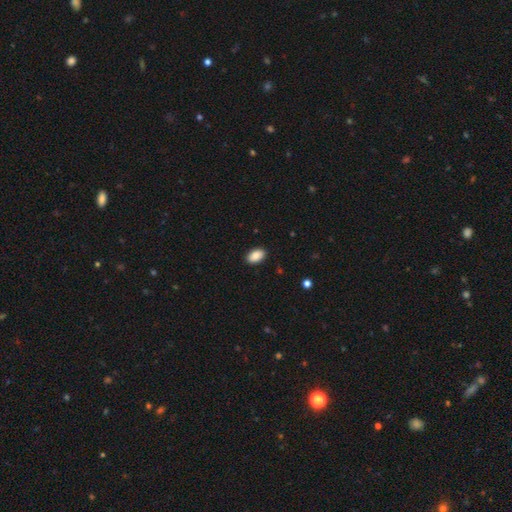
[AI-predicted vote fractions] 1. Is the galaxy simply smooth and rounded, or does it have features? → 89% smooth, 7% star or artifact, 4% featured or disk.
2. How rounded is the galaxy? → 93% in between, 6% round, 1% cigar-shaped.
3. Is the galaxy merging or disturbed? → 89% none, 8% minor disturbance, 2% major disturbance, 1% merger.